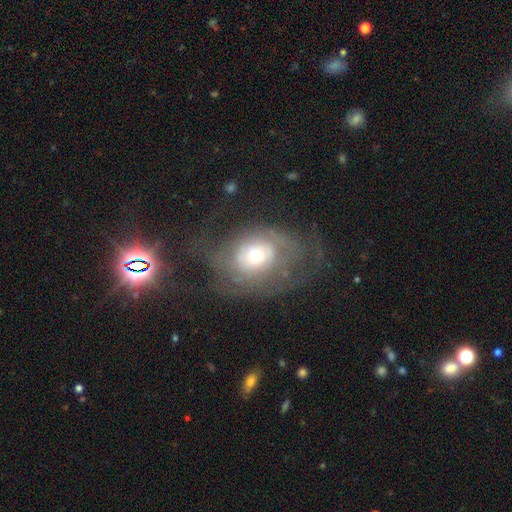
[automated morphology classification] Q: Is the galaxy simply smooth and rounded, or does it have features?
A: featured or disk — 56%.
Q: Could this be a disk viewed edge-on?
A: no — 95%.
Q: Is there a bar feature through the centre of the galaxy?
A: no — 83%.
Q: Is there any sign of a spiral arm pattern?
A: yes — 53%.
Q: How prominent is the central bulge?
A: moderate — 60%.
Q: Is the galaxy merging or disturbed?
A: none — 40%.